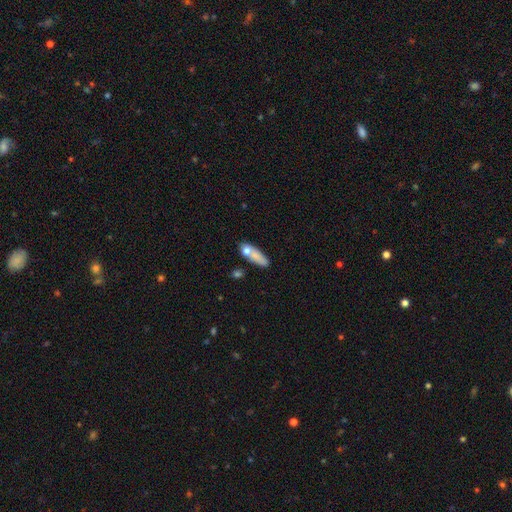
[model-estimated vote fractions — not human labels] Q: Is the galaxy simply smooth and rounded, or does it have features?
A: smooth — 71%.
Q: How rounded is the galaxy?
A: cigar-shaped — 47%.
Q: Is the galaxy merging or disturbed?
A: none — 47%.